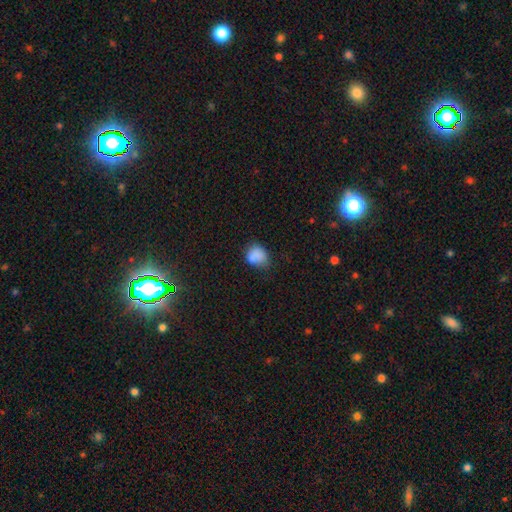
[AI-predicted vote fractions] The model was most divided on "how rounded": round: 55%, in between: 44%, cigar-shaped: 1%. More confident: smooth or featured — smooth (81%); merging — none (54%).